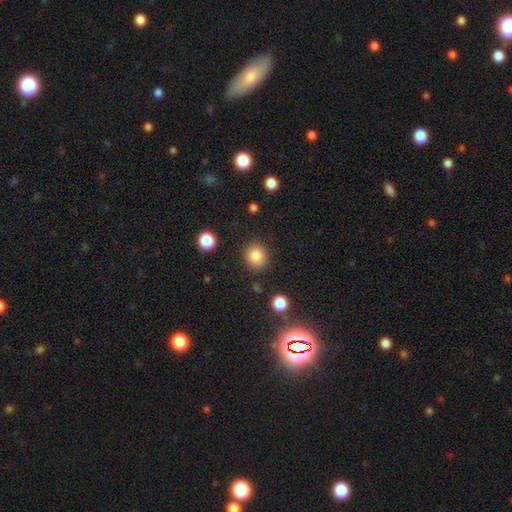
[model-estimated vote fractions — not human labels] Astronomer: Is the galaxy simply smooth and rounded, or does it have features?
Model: smooth — 85%.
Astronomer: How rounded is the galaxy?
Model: round — 80%.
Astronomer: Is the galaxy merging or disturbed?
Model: none — 86%.